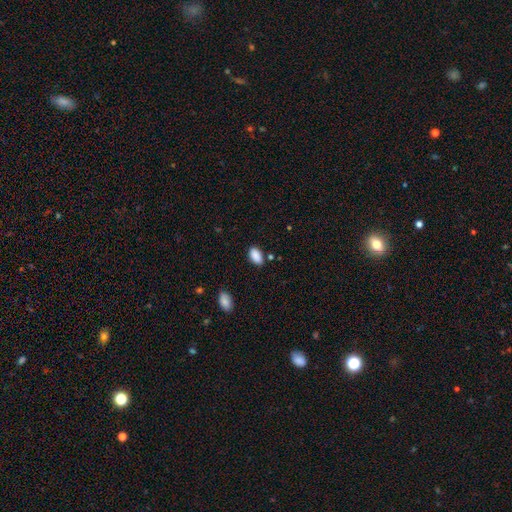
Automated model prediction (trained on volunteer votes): smooth 89%, star or artifact 8%, featured or disk 3%. Down the decision tree: how rounded — in between (94%); merging — none (80%).